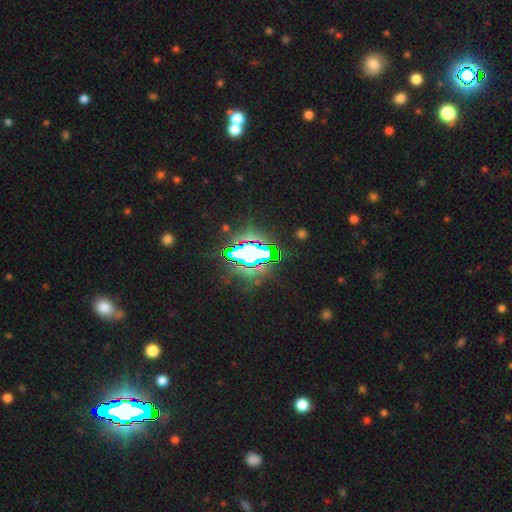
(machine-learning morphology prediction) A star or artifact, not a galaxy (76%).

Vote fractions:
- Smooth or featured? star or artifact: 76% / smooth: 13% / featured or disk: 10%